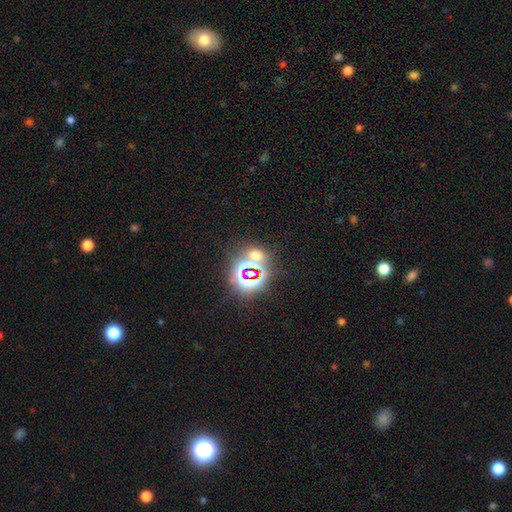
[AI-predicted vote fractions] Smooth or featured?
  - star or artifact: 54% *
  - smooth: 38%
  - featured or disk: 8%